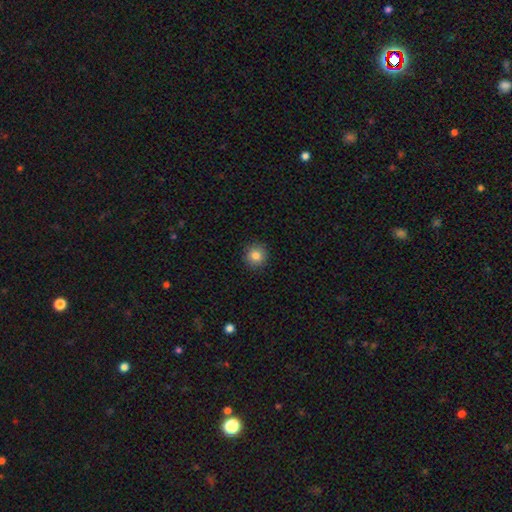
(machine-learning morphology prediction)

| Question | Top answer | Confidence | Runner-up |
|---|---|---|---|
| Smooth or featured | smooth | 83% | star or artifact (10%) |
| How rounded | round | 94% | in between (5%) |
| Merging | none | 92% | minor disturbance (5%) |